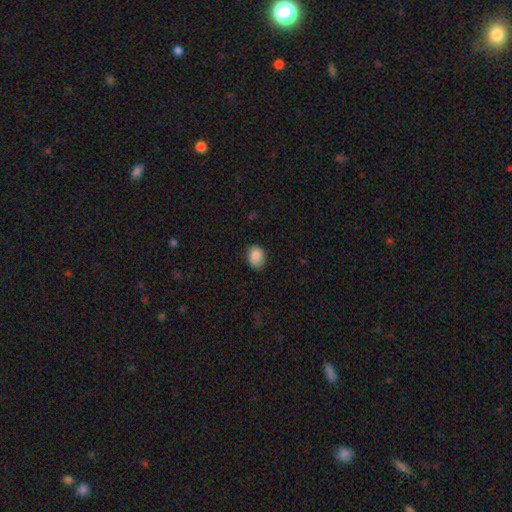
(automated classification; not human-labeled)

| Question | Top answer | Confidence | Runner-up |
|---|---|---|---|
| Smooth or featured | smooth | 83% | featured or disk (9%) |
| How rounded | in between | 62% | round (37%) |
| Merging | none | 75% | minor disturbance (21%) |